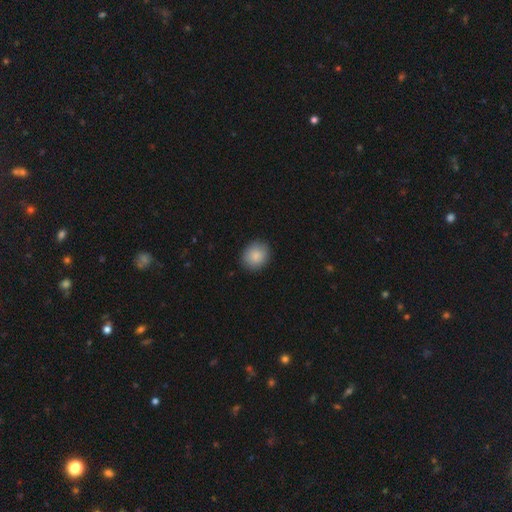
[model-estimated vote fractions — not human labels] A smooth galaxy with no disk features (88%) that is round (72%). Merging: none (88%).